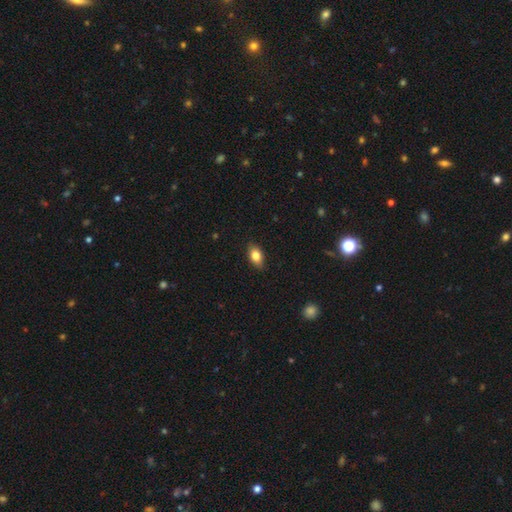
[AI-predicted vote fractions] Smooth or featured?
  - smooth: 82% *
  - featured or disk: 10%
  - star or artifact: 8%
How rounded?
  - in between: 87% *
  - round: 10%
  - cigar-shaped: 4%
Merging?
  - none: 86% *
  - minor disturbance: 11%
  - major disturbance: 2%
  - merger: 1%